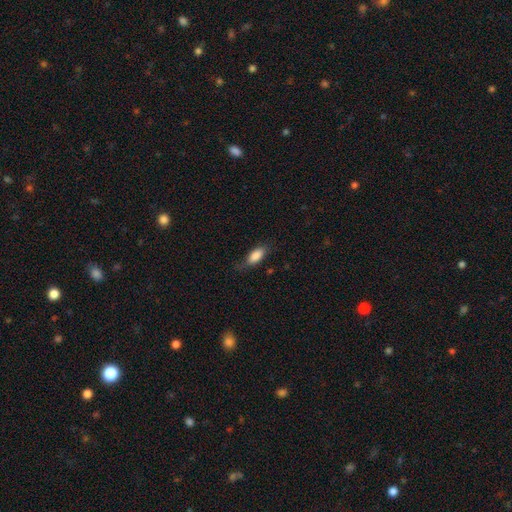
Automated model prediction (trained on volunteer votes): Q: Smooth or featured?
A: smooth (85%); runner-up: featured or disk (8%)
Q: How rounded?
A: in between (84%); runner-up: cigar-shaped (14%)
Q: Merging?
A: none (68%); runner-up: minor disturbance (23%)